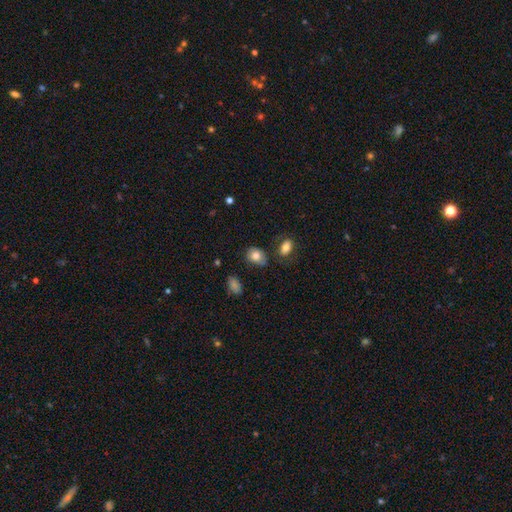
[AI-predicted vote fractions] Overall: smooth (81%). How rounded: in between (65%; round 34%). Merging: none (68%).